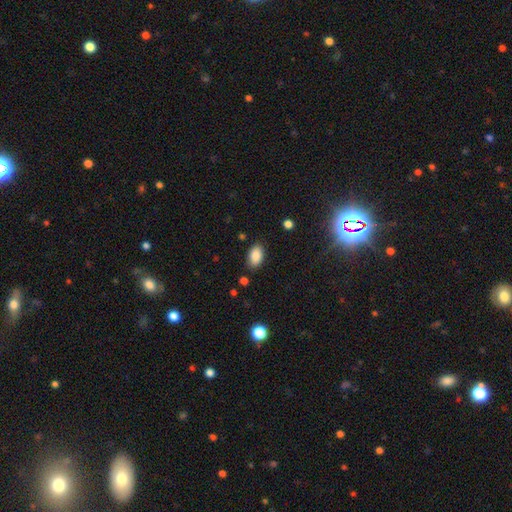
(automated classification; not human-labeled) This is clearly a smooth galaxy (88%). How rounded: clearly in between (92%). Merging: clearly none (85%).